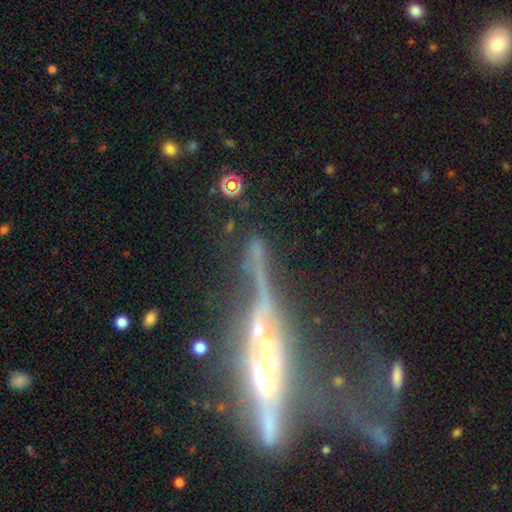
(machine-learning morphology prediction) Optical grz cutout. It shows a featured or disk galaxy (45%). Merging: merger (35%).